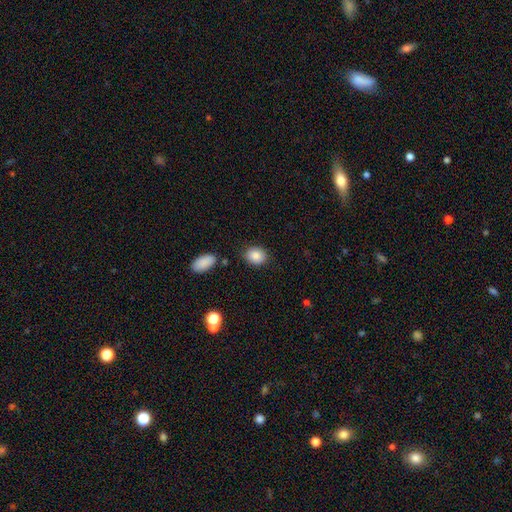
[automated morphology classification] Smooth or featured: smooth — 87% (star or artifact — 8%)
How rounded: in between — 51% (round — 48%)
Merging: none — 82% (minor disturbance — 11%)